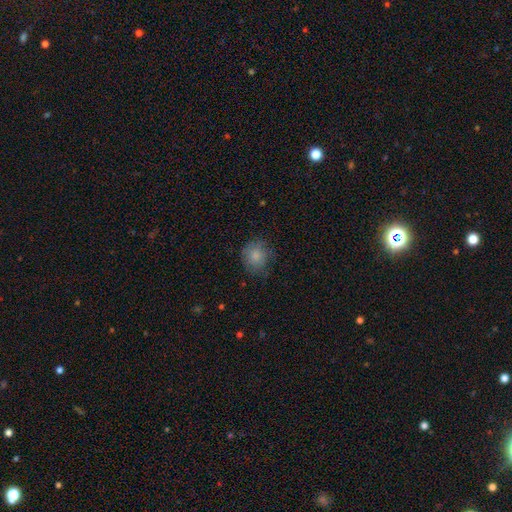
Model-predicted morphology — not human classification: This appears to be a smooth galaxy with no disk features (83%) that is round (78%). Merging: none (72%).